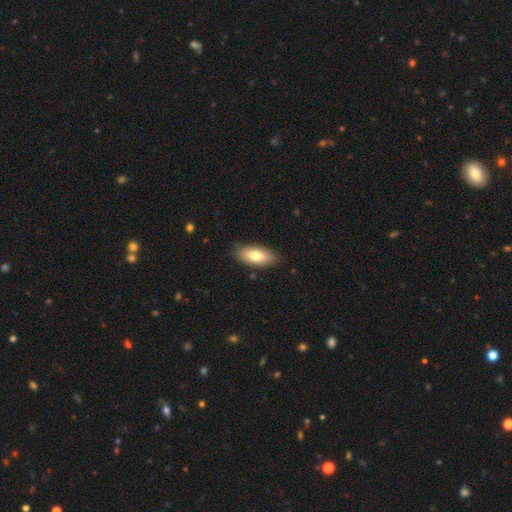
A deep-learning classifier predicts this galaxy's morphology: A smooth galaxy with no disk features (76%) that is in between round and cigar-shaped (87%). Merging: none (85%).